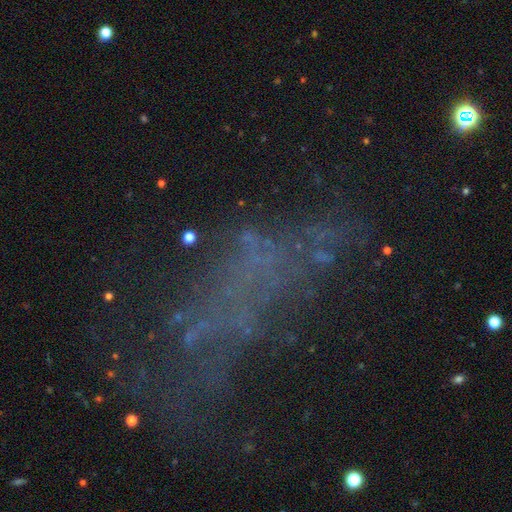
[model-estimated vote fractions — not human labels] Smooth or featured?
  - star or artifact: 45% *
  - featured or disk: 33%
  - smooth: 22%